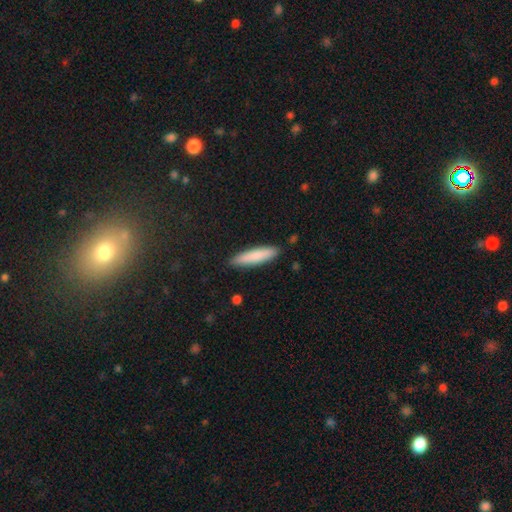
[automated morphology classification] Q: Smooth or featured?
A: smooth (81%); runner-up: featured or disk (13%)
Q: How rounded?
A: cigar-shaped (82%); runner-up: in between (16%)
Q: Merging?
A: none (88%); runner-up: minor disturbance (9%)